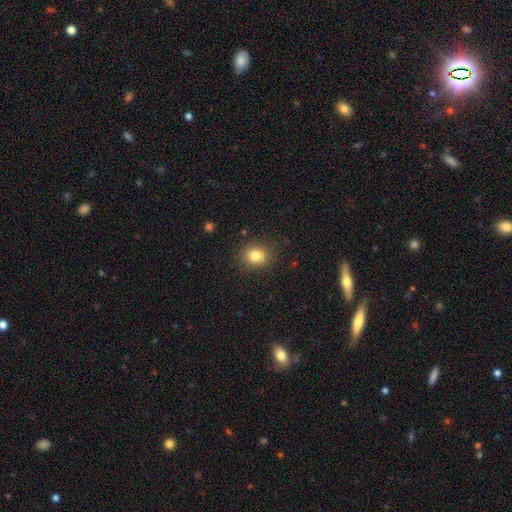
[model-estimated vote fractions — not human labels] A smooth galaxy with no disk features (82%) that is round (74%).

Vote fractions:
- Smooth or featured? smooth: 82% / star or artifact: 11% / featured or disk: 6%
- How rounded? round: 74% / in between: 25% / cigar-shaped: 1%
- Merging? none: 85% / minor disturbance: 10% / major disturbance: 3% / merger: 1%